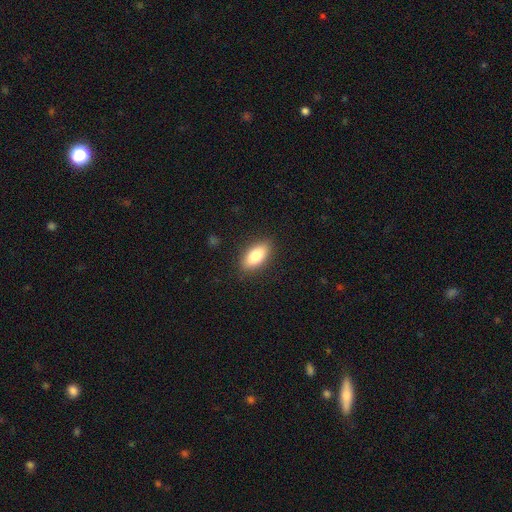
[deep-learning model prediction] The model was most divided on "smooth or featured": smooth: 83%, featured or disk: 11%, star or artifact: 7%. More confident: merging — none (87%); how rounded — in between (87%).